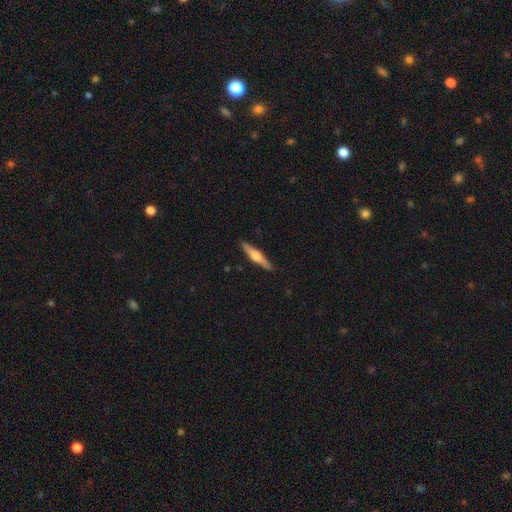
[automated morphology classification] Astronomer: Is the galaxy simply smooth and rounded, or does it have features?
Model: featured or disk — 60% (runner-up: smooth, 35%).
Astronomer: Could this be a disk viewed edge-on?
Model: yes — 97%.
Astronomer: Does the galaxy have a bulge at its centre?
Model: rounded — 88%.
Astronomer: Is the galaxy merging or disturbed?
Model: none — 89%.